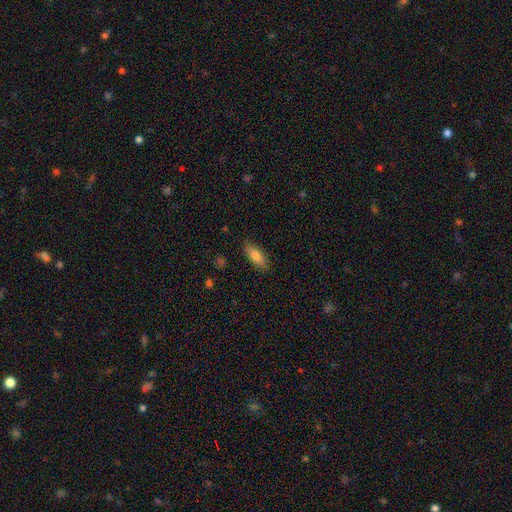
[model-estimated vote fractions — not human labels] Overall: smooth (80%). How rounded: in between (73%). Merging: none (86%).